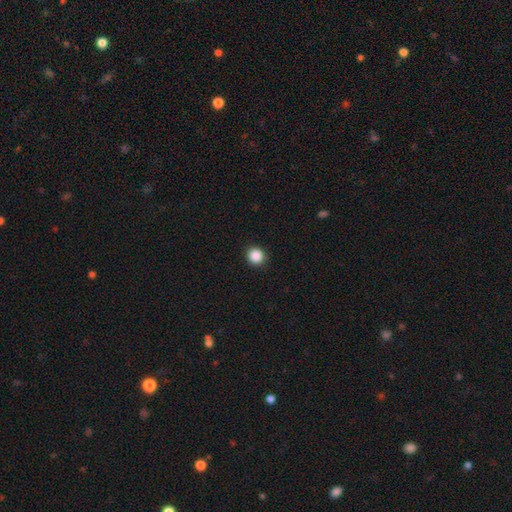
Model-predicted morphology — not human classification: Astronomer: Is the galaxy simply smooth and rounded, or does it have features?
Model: smooth — 88%.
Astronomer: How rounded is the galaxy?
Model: round — 91%.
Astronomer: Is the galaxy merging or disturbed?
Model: none — 92%.